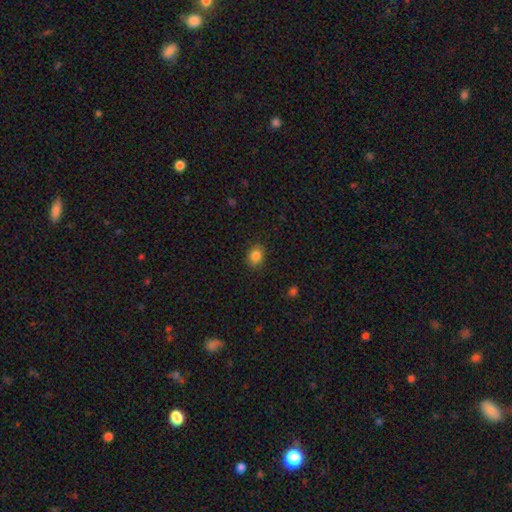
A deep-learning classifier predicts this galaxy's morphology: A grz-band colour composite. It shows a smooth galaxy with no disk features (85%) that is in between round and cigar-shaped (59%). Merging: none (88%).